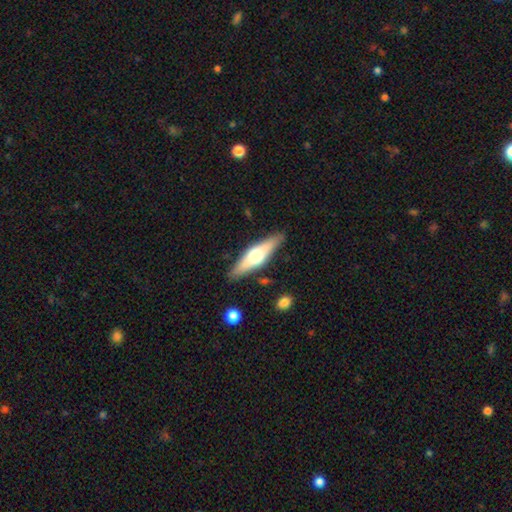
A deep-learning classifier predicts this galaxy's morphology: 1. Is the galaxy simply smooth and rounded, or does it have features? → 53% featured or disk, 42% smooth, 5% star or artifact.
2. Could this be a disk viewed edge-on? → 91% yes, 9% no.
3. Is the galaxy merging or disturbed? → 85% none, 11% minor disturbance, 2% major disturbance, 2% merger.